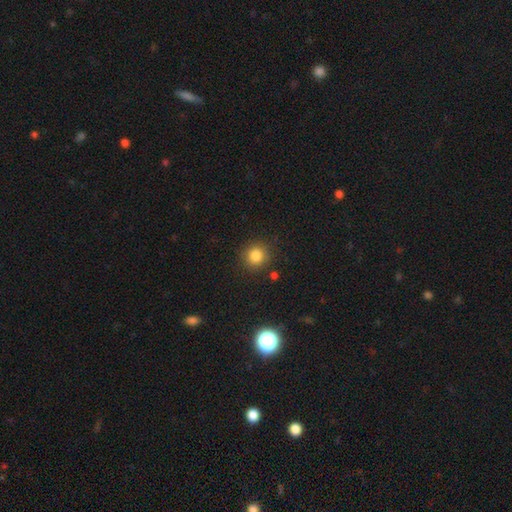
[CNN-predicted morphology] The model was most divided on "smooth or featured": smooth: 83%, star or artifact: 12%, featured or disk: 5%. More confident: how rounded — round (91%); merging — none (87%).